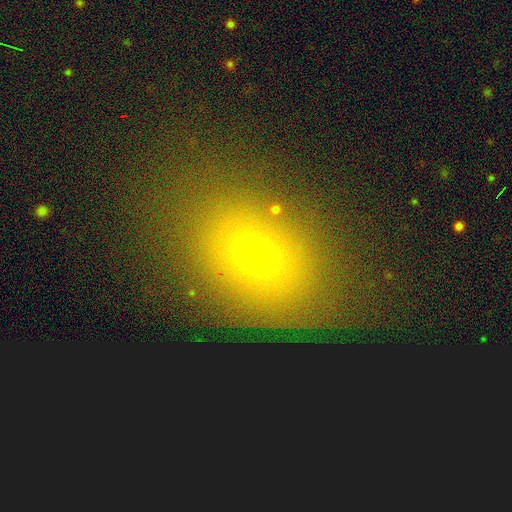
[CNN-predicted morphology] A smooth galaxy with no disk features (62%) that is in between round and cigar-shaped (64%).

Vote fractions:
- Smooth or featured? smooth: 62% / star or artifact: 21% / featured or disk: 18%
- How rounded? in between: 64% / round: 34% / cigar-shaped: 2%
- Merging? none: 71% / minor disturbance: 16% / major disturbance: 10% / merger: 3%